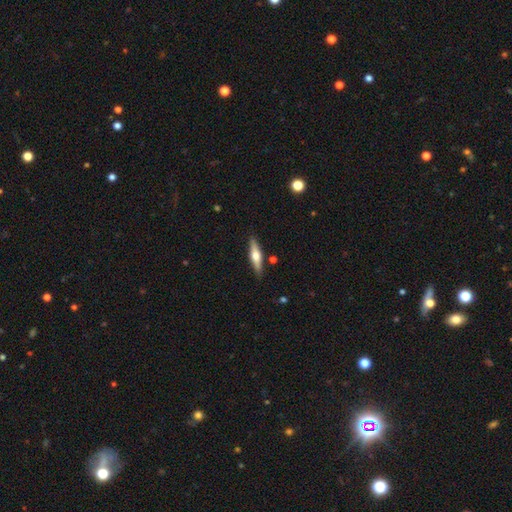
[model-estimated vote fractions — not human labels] Smooth or featured? featured or disk (53%)
Edge-on disk? yes (94%)
Merging? none (87%)